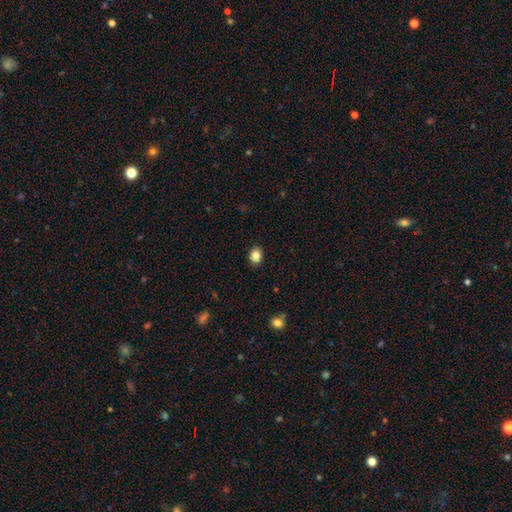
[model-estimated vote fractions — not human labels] Smooth or featured? smooth (85%)
How rounded? in between (51%)
Merging? none (90%)